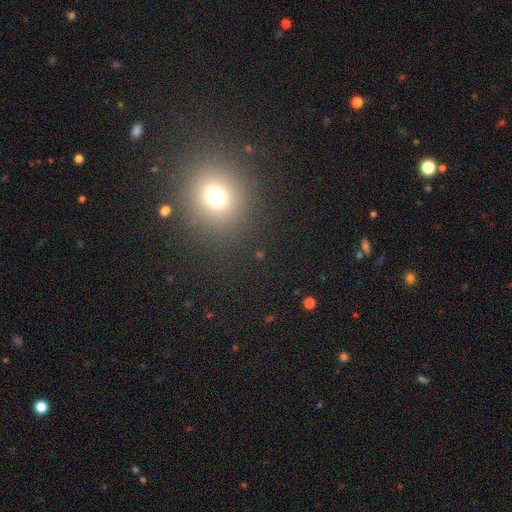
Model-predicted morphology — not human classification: A smooth galaxy with no disk features (64%) that is round (81%).

Vote fractions:
- Smooth or featured? smooth: 64% / star or artifact: 29% / featured or disk: 7%
- How rounded? round: 81% / in between: 17% / cigar-shaped: 1%
- Merging? none: 91% / minor disturbance: 5% / major disturbance: 2% / merger: 1%